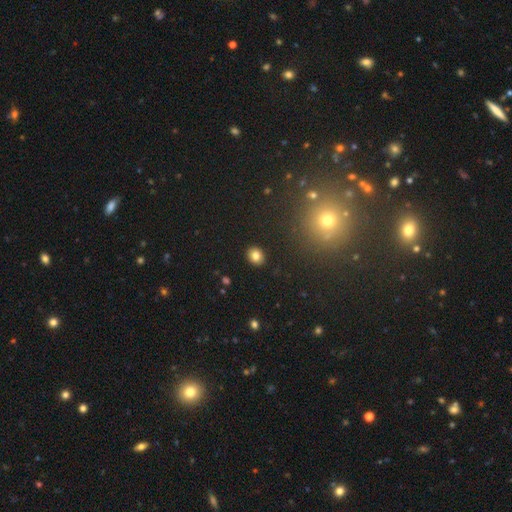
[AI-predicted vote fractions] A smooth galaxy with no disk features (81%) that is round (66%).

Vote fractions:
- Smooth or featured? smooth: 81% / star or artifact: 11% / featured or disk: 8%
- How rounded? round: 66% / in between: 33% / cigar-shaped: 1%
- Merging? none: 90% / minor disturbance: 6% / major disturbance: 2% / merger: 1%